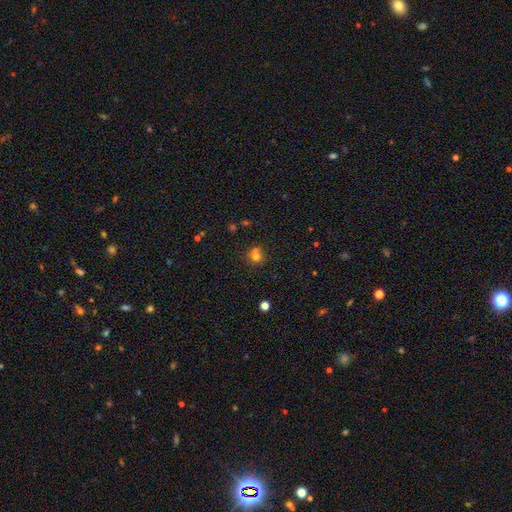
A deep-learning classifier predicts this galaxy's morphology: Smooth or featured? smooth (67%)
How rounded? round (80%)
Merging? none (50%)